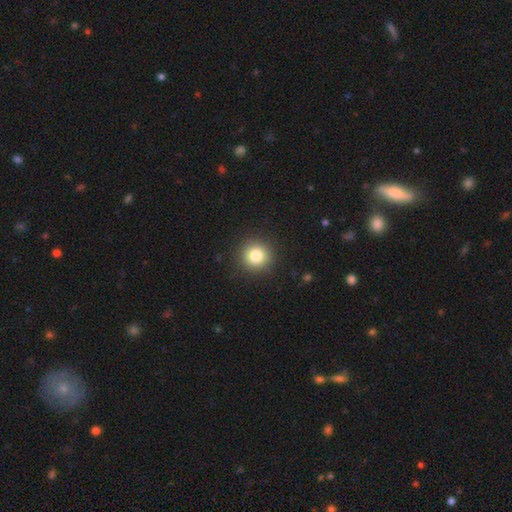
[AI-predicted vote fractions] Smooth or featured?
  - smooth: 82% *
  - star or artifact: 11%
  - featured or disk: 7%
How rounded?
  - round: 94% *
  - in between: 5%
  - cigar-shaped: 1%
Merging?
  - none: 91% *
  - minor disturbance: 6%
  - major disturbance: 2%
  - merger: 1%